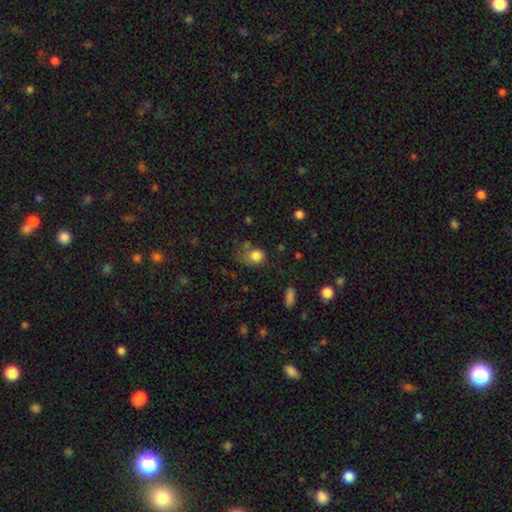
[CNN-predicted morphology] smooth-or-featured: smooth: 81% | star or artifact: 11% | featured or disk: 8%
  how-rounded: round: 57% | in between: 42% | cigar-shaped: 1%
  merging: none: 43% | minor disturbance: 29% | major disturbance: 18% | merger: 10%